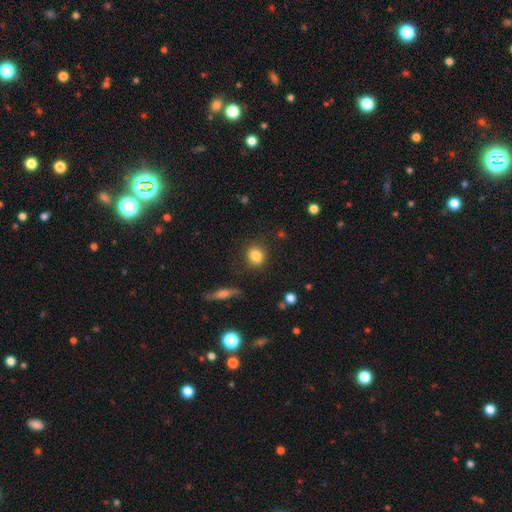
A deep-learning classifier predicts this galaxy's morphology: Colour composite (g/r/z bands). It shows a smooth galaxy with no disk features (84%) that is round (77%). Merging: none (86%).